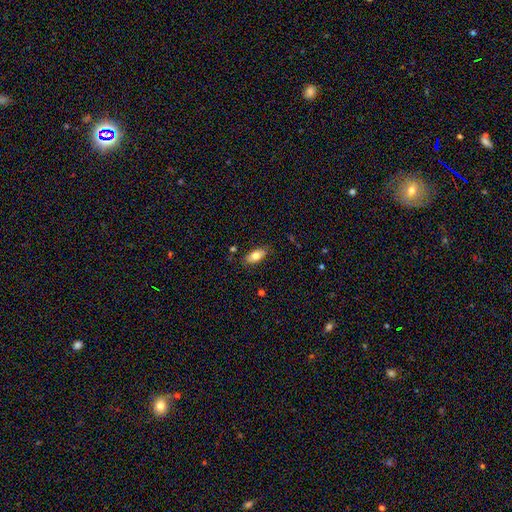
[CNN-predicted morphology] type=smooth (76%); roundness=in between (87%); merging=none (83%).